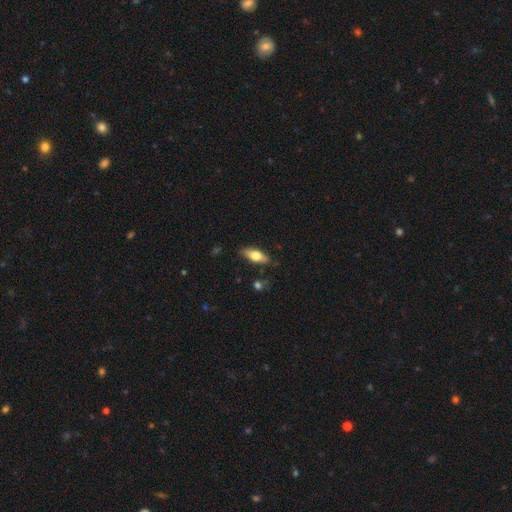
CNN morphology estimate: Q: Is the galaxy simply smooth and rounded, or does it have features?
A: smooth — 63%.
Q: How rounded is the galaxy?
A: in between — 72%.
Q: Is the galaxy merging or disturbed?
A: none — 82%.